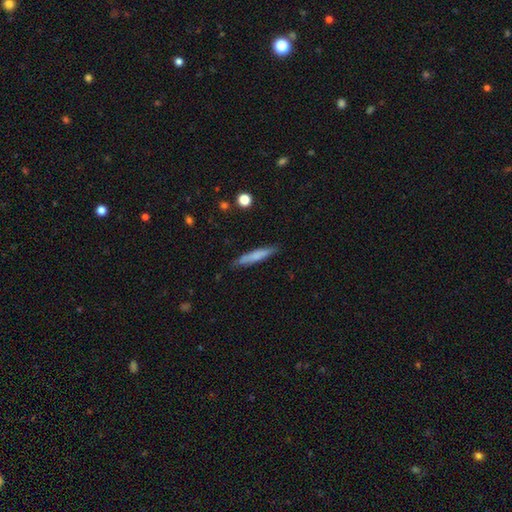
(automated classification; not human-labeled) Smooth or featured?
  - smooth: 68% *
  - featured or disk: 25%
  - star or artifact: 6%
How rounded?
  - cigar-shaped: 92% *
  - in between: 7%
  - round: 1%
Merging?
  - none: 85% *
  - minor disturbance: 11%
  - major disturbance: 2%
  - merger: 1%